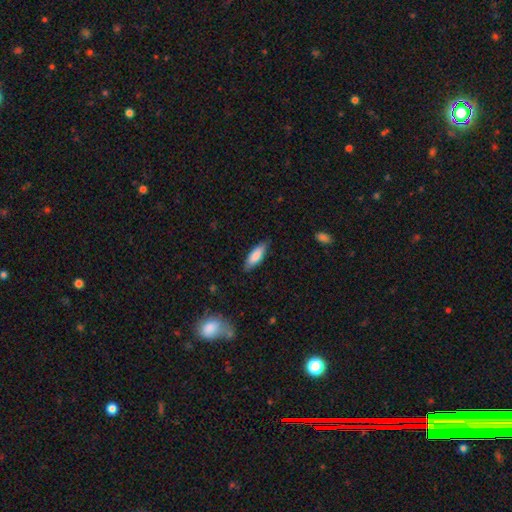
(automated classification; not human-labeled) Smooth or featured: smooth — 82% (featured or disk — 12%)
How rounded: in between — 59% (cigar-shaped — 39%)
Merging: none — 82% (minor disturbance — 14%)